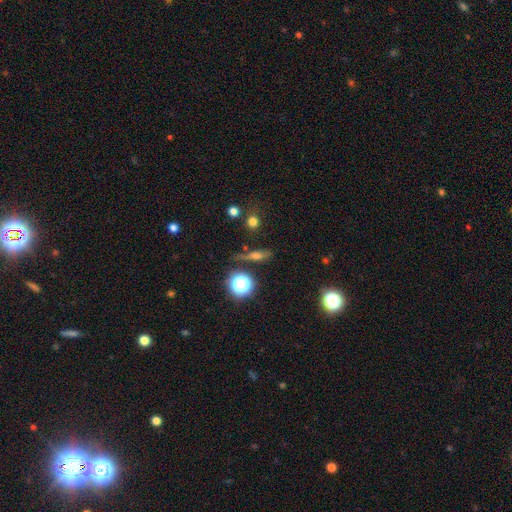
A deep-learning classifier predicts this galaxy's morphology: smooth-or-featured: smooth: 35% | star or artifact: 33% | featured or disk: 32%
  merging: none: 79% | minor disturbance: 10% | merger: 6% | major disturbance: 5%